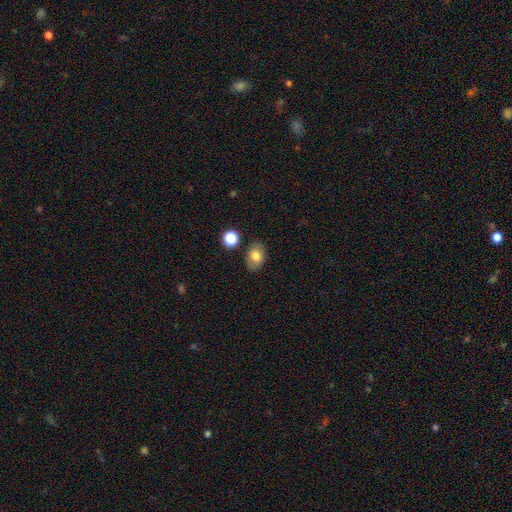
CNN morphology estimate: smooth-or-featured: smooth: 77% | featured or disk: 14% | star or artifact: 9%
  how-rounded: in between: 79% | round: 20% | cigar-shaped: 1%
  merging: none: 79% | minor disturbance: 14% | merger: 4% | major disturbance: 3%